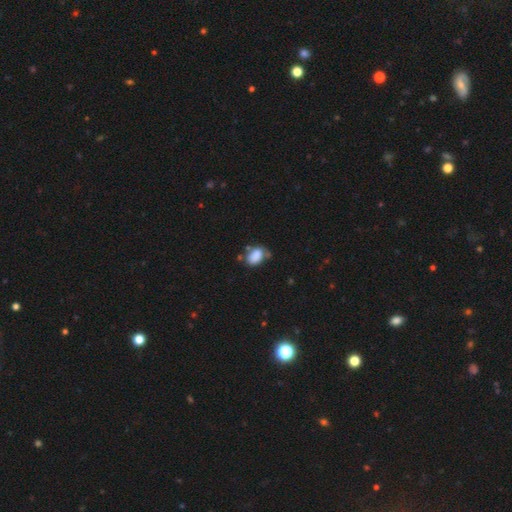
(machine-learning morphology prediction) Q: Smooth or featured?
A: smooth (84%); runner-up: star or artifact (9%)
Q: How rounded?
A: in between (83%); runner-up: round (15%)
Q: Merging?
A: none (53%); runner-up: minor disturbance (26%)